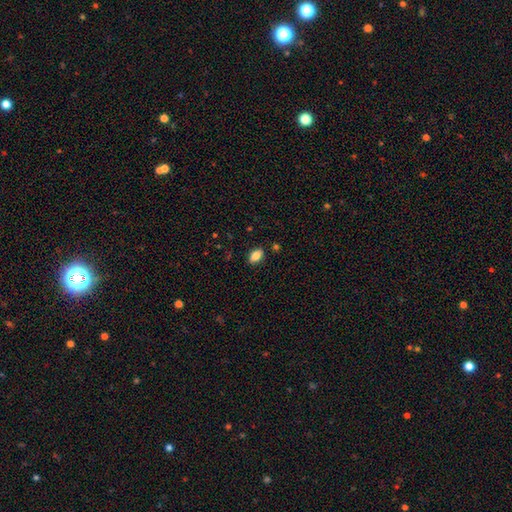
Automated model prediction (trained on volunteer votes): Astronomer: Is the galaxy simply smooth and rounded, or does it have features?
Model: smooth — 85%.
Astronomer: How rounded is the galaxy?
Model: in between — 90%.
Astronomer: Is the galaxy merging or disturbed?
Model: none — 87%.